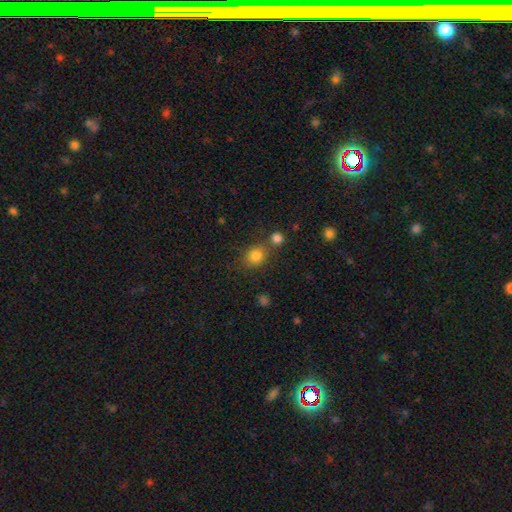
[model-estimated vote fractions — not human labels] Smooth or featured: smooth — 82% (star or artifact — 12%)
How rounded: round — 70% (in between — 29%)
Merging: none — 67% (merger — 18%)